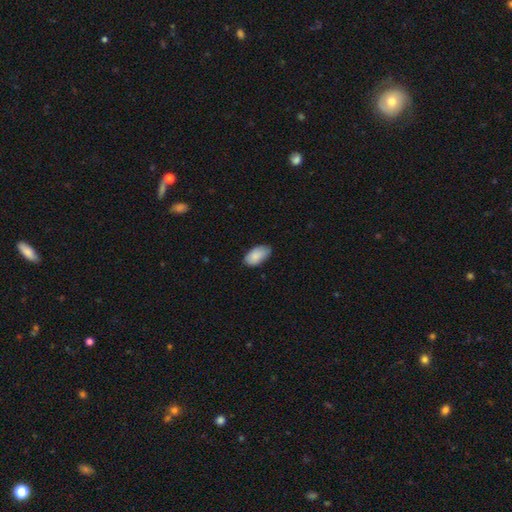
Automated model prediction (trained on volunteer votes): Smooth or featured? Predicted: smooth (p=0.87). How rounded? Predicted: in between (p=0.95). Merging? Predicted: none (p=0.77).